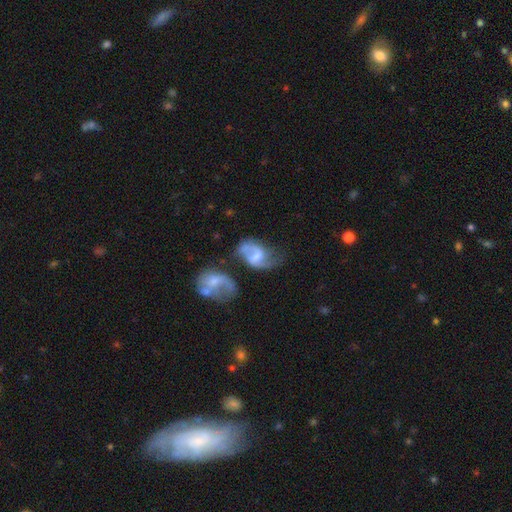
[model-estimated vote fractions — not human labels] smooth-or-featured: featured or disk: 75% | smooth: 18% | star or artifact: 7%
  disk-edge-on: no: 97% | yes: 3%
    bar: weak: 54% | no: 35% | strong: 12%
    has-spiral-arms: yes: 89% | no: 11%
      spiral-winding: loose: 45% | medium: 43% | tight: 12%
      spiral-arm-count: 2: 83% | 1: 7% | can't tell: 7% | 3: 1% | 4: 1% | more than 4: 1%
    bulge-size: moderate: 40% | small: 34% | none: 18% | large: 7% | dominant: 2%
  merging: none: 40% | minor disturbance: 22% | merger: 19% | major disturbance: 19%